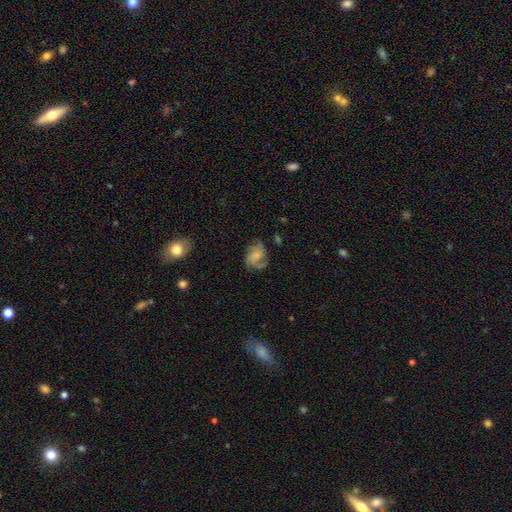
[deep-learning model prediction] The model was most divided on "bulge size": none: 38%, small: 34%, moderate: 20%, large: 6%, dominant: 2%. More confident: edge-on disk — no (98%); spiral arms — yes (87%); bar — no (67%); merging — none (57%); smooth or featured — featured or disk (57%).